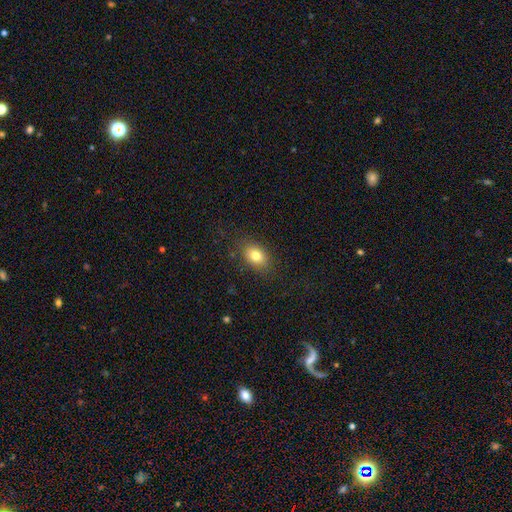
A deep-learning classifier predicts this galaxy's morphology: Q: Smooth or featured?
A: smooth (79%); runner-up: featured or disk (11%)
Q: How rounded?
A: in between (76%); runner-up: round (23%)
Q: Merging?
A: none (84%); runner-up: minor disturbance (11%)